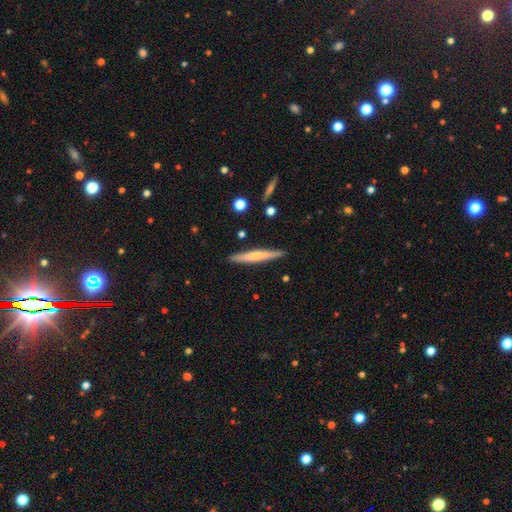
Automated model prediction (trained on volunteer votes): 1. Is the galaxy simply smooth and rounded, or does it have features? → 54% smooth, 41% featured or disk, 6% star or artifact.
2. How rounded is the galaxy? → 95% cigar-shaped, 4% in between, 1% round.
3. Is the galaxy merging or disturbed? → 89% none, 8% minor disturbance, 2% merger, 1% major disturbance.